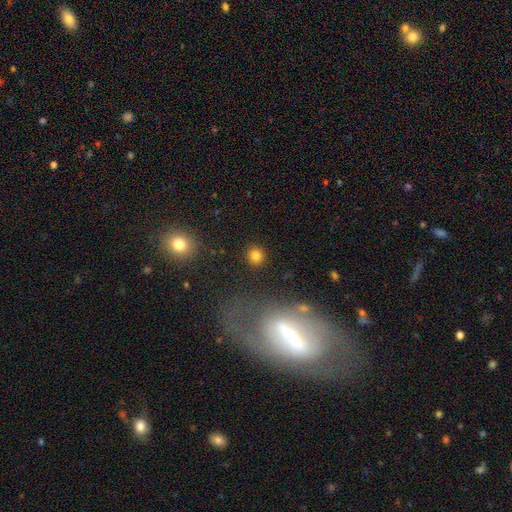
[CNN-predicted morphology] Q: Smooth or featured?
A: smooth (81%); runner-up: star or artifact (13%)
Q: How rounded?
A: round (89%); runner-up: in between (10%)
Q: Merging?
A: none (89%); runner-up: minor disturbance (6%)